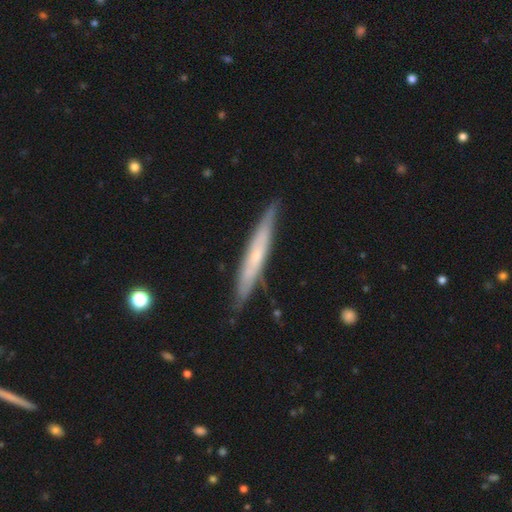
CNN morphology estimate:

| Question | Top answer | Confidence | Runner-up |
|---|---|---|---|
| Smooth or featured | featured or disk | 58% | smooth (36%) |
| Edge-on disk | yes | 89% | no (11%) |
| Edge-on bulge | none | 57% | rounded (38%) |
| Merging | none | 84% | minor disturbance (13%) |